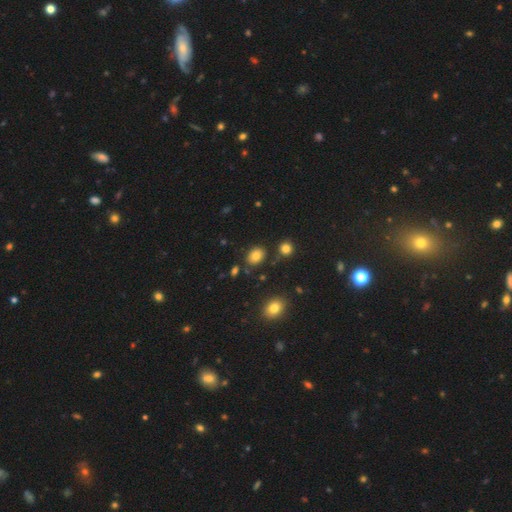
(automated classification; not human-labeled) smooth_or_featured: smooth (p=0.81) [alt: star or artifact p=0.11]
how_rounded: in between (p=0.67) [alt: round p=0.32]
merging: none (p=0.81) [alt: minor disturbance p=0.11]